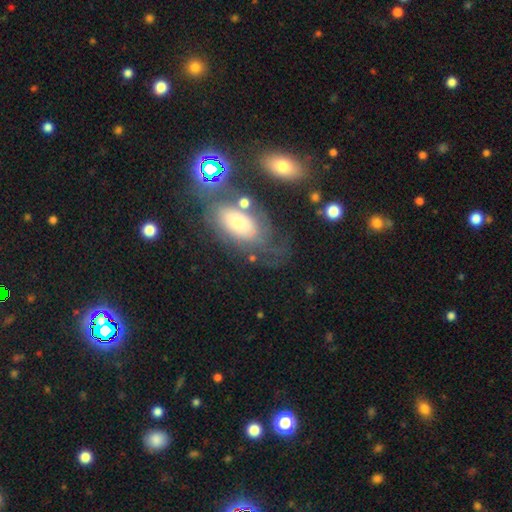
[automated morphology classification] A featured or disk galaxy (40%). Merging: none (61%).